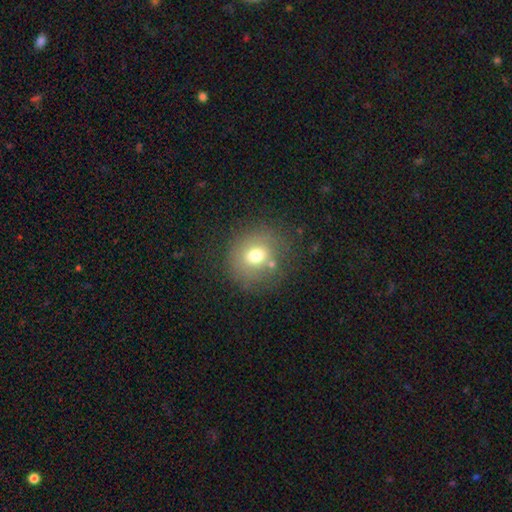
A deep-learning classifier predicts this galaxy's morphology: Smooth or featured? smooth (68%)
How rounded? round (80%)
Merging? none (72%)